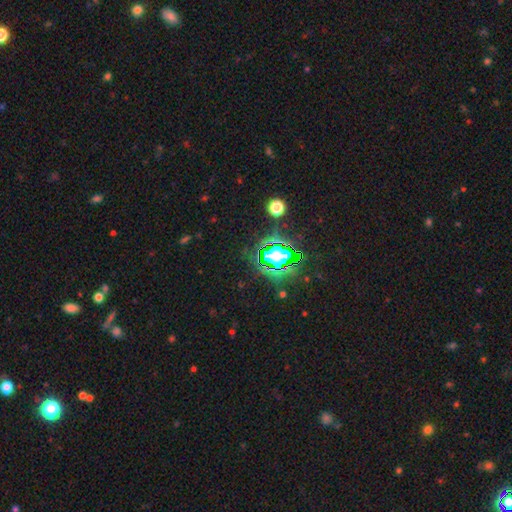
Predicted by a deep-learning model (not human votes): star or artifact 82%, smooth 11%, featured or disk 7%.